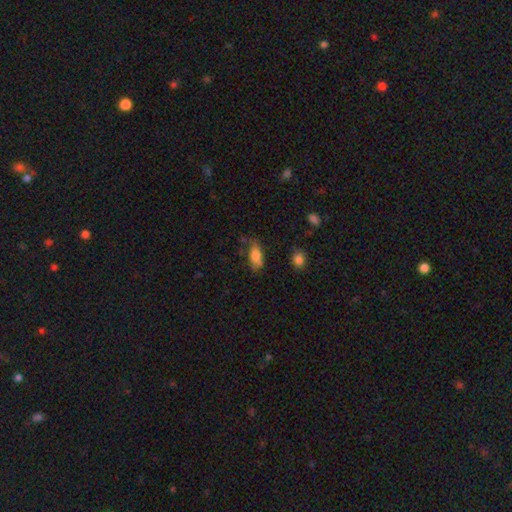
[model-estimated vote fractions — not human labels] Overall: smooth (76%). How rounded: in between (79%). Merging: none (57%; minor disturbance 29%).